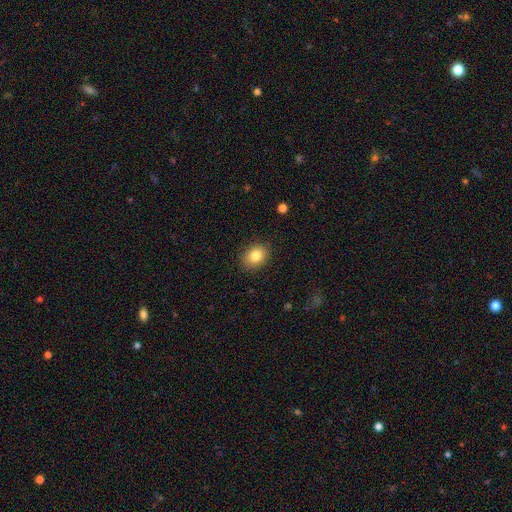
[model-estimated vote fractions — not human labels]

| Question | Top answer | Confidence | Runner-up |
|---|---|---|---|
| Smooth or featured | smooth | 84% | star or artifact (9%) |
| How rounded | in between | 62% | round (37%) |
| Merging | none | 87% | minor disturbance (9%) |